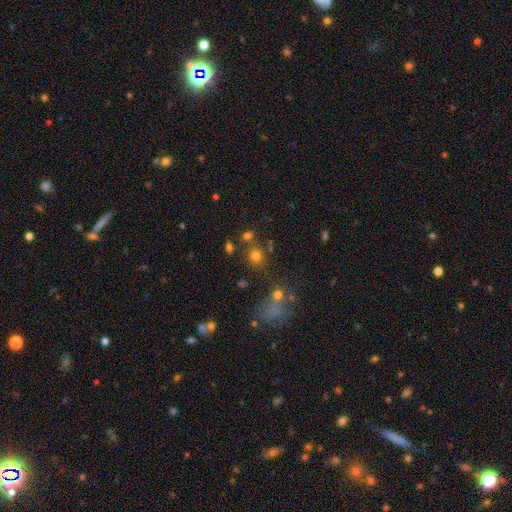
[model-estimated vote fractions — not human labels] Smooth or featured? smooth (73%)
How rounded? round (79%)
Merging? none (70%)